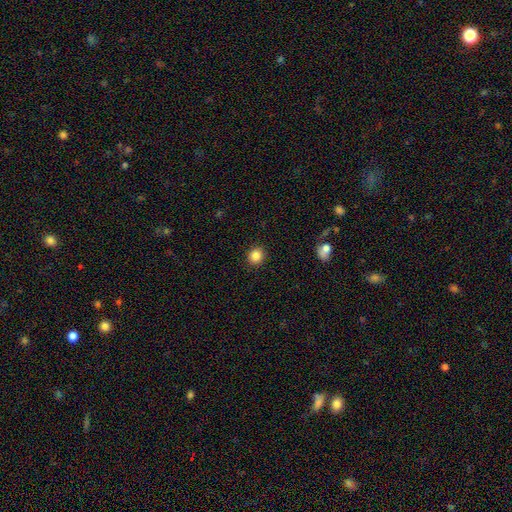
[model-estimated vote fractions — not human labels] Smooth or featured?
  - smooth: 85% *
  - star or artifact: 11%
  - featured or disk: 4%
How rounded?
  - round: 86% *
  - in between: 13%
  - cigar-shaped: 1%
Merging?
  - none: 92% *
  - minor disturbance: 6%
  - major disturbance: 2%
  - merger: 1%